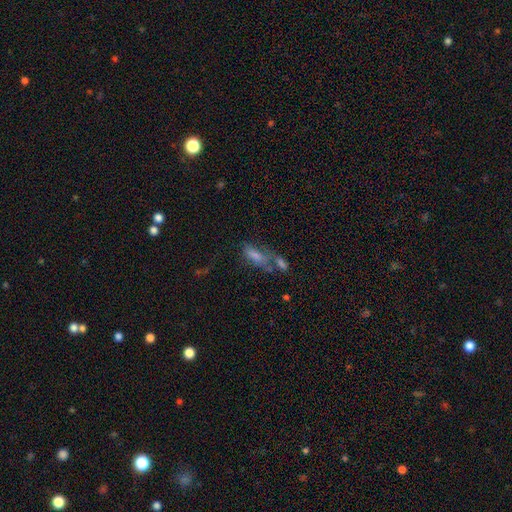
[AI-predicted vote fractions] smooth 51%, featured or disk 29%, star or artifact 20%. Down the decision tree: how rounded — in between (68%); merging — merger (40%).